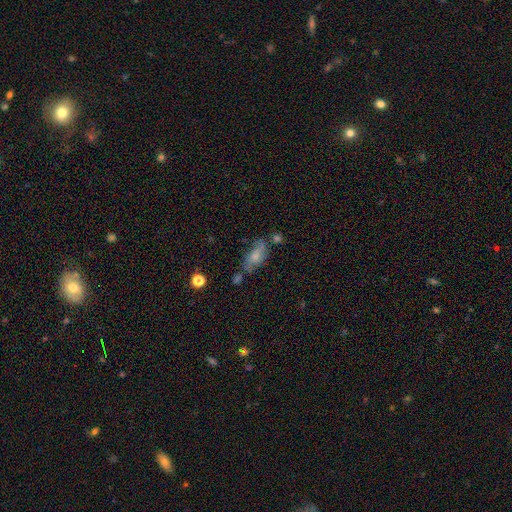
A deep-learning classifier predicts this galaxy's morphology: Overall: smooth (52%; featured or disk 38%). How rounded: in between (80%). Merging: none (50%; minor disturbance 26%).